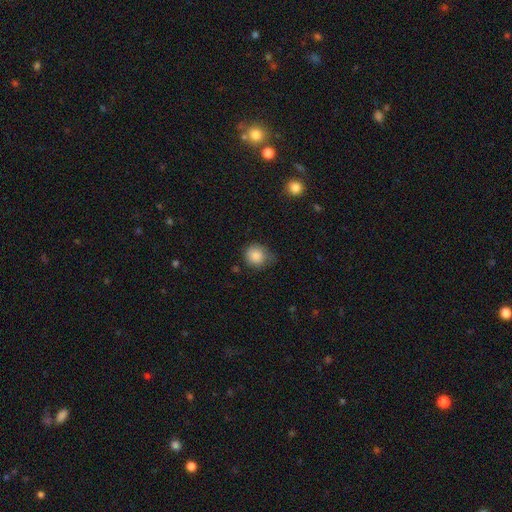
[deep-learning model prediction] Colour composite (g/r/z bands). It shows a smooth galaxy with no disk features (85%) that is round (85%). Merging: none (59%).